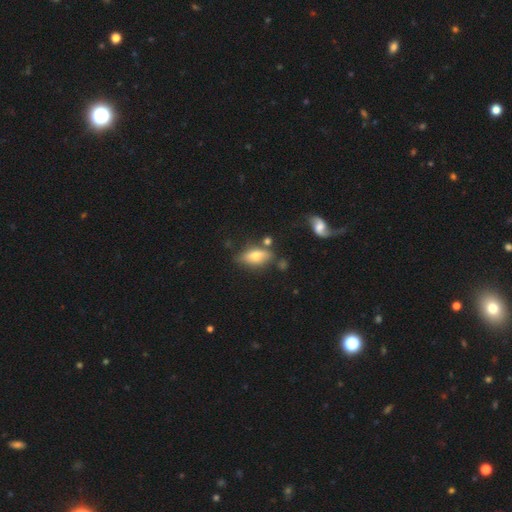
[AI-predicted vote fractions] Morphology: type=smooth (58%); roundness=in between (77%); merging=none (66%).